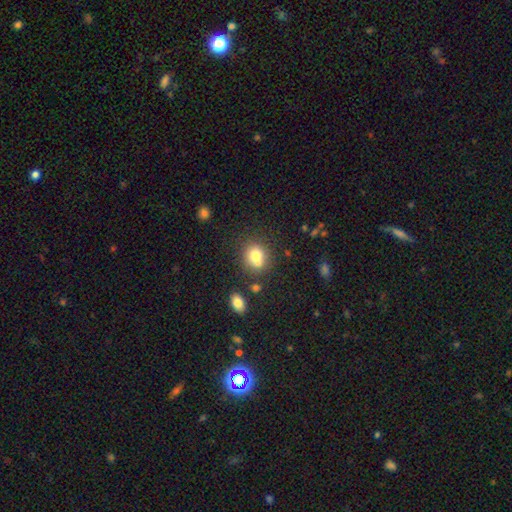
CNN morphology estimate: Q: Smooth or featured?
A: smooth (74%); runner-up: featured or disk (14%)
Q: How rounded?
A: round (76%); runner-up: in between (23%)
Q: Merging?
A: none (53%); runner-up: merger (30%)